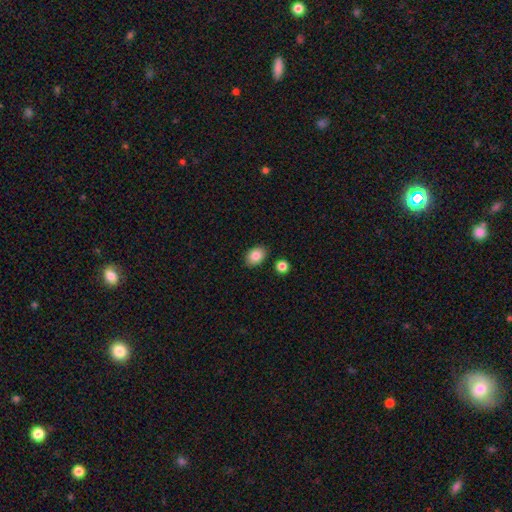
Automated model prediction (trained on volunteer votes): A smooth galaxy with no disk features (86%) that is in between round and cigar-shaped (69%).

Vote fractions:
- Smooth or featured? smooth: 86% / star or artifact: 8% / featured or disk: 6%
- How rounded? in between: 69% / round: 30% / cigar-shaped: 1%
- Merging? none: 86% / minor disturbance: 9% / merger: 3% / major disturbance: 2%